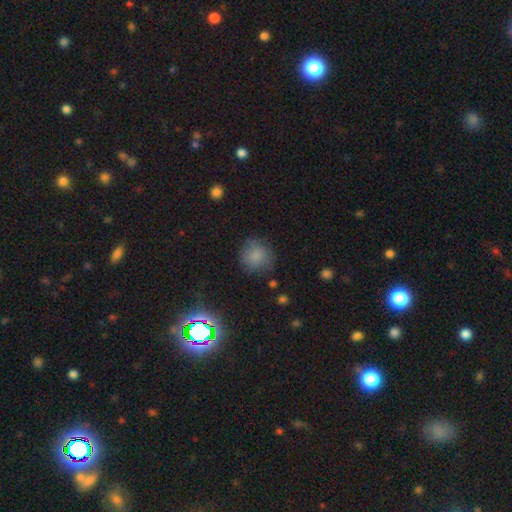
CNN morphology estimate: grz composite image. It shows a smooth galaxy with no disk features (80%) that is round (87%). Merging: none (73%).